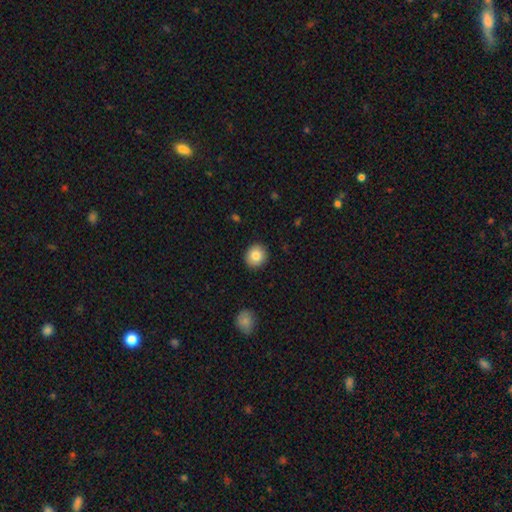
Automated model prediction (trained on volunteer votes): This appears to be a smooth galaxy with no disk features (84%) that is round (84%). Merging: none (91%).